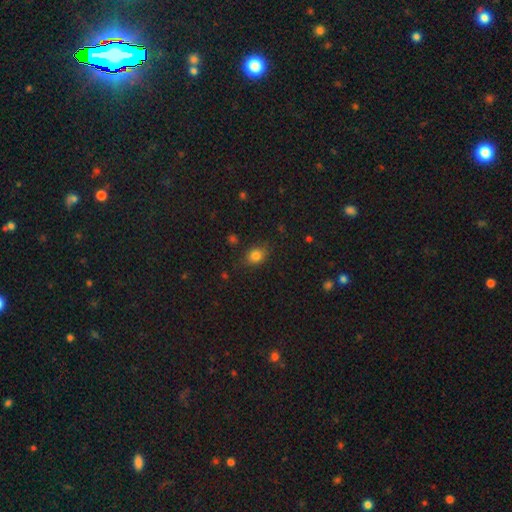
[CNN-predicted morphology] A smooth galaxy with no disk features (80%) that is in between round and cigar-shaped (59%).

Vote fractions:
- Smooth or featured? smooth: 80% / star or artifact: 12% / featured or disk: 8%
- How rounded? in between: 59% / round: 39% / cigar-shaped: 2%
- Merging? none: 78% / minor disturbance: 16% / major disturbance: 4% / merger: 2%